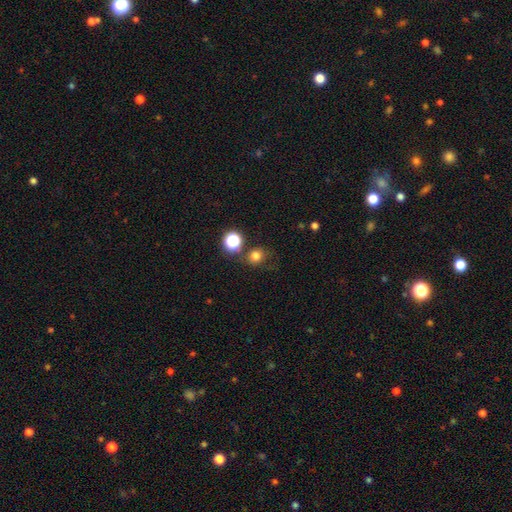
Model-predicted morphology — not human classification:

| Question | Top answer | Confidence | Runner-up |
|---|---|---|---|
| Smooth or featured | smooth | 75% | star or artifact (18%) |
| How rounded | round | 84% | in between (15%) |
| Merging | none | 72% | minor disturbance (13%) |